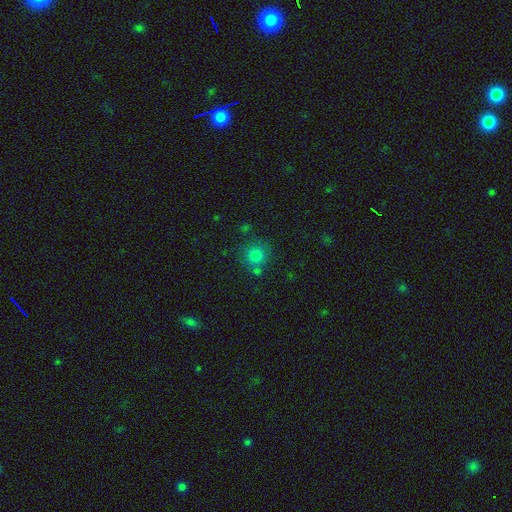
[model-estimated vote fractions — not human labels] The model was most divided on "merging": none: 69%, merger: 15%, minor disturbance: 12%, major disturbance: 4%. More confident: how rounded — round (91%); smooth or featured — smooth (79%).